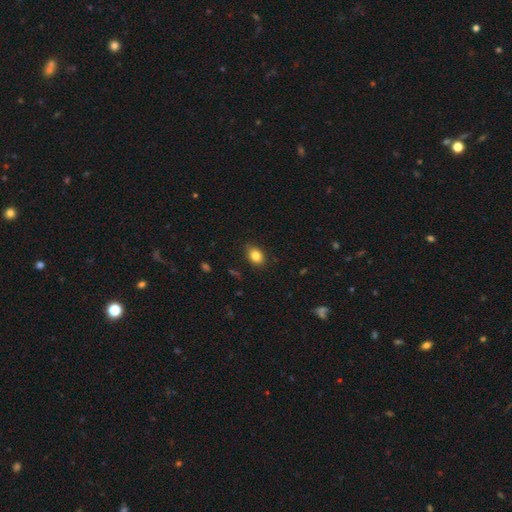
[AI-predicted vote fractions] smooth-or-featured: smooth: 83% | star or artifact: 9% | featured or disk: 7%
  how-rounded: in between: 75% | round: 23% | cigar-shaped: 1%
  merging: none: 85% | minor disturbance: 12% | major disturbance: 2% | merger: 1%